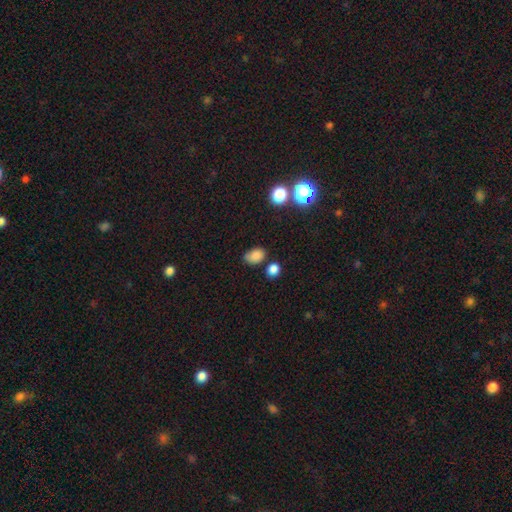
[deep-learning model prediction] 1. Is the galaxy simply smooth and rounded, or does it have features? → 82% smooth, 12% star or artifact, 6% featured or disk.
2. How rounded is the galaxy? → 78% in between, 20% round, 1% cigar-shaped.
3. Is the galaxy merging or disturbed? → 61% none, 24% minor disturbance, 9% merger, 6% major disturbance.